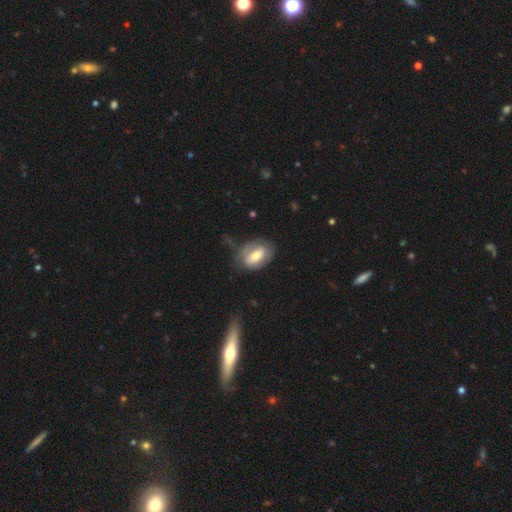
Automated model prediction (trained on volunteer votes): The model was most divided on "smooth or featured": smooth: 50%, featured or disk: 43%, star or artifact: 7%. More confident: how rounded — in between (82%); merging — none (58%).